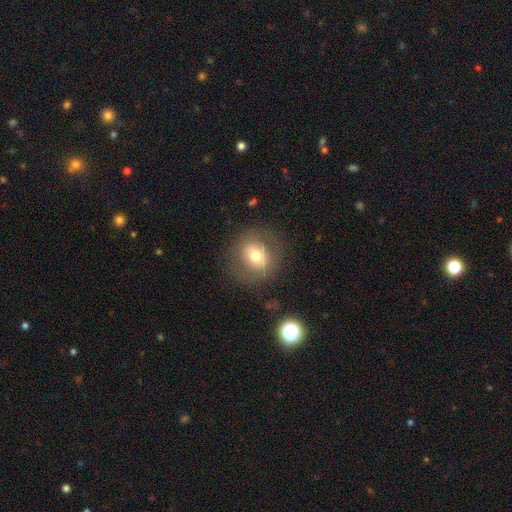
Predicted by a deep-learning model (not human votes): smooth-or-featured: smooth: 62% | featured or disk: 28% | star or artifact: 10%
  how-rounded: round: 78% | in between: 21% | cigar-shaped: 1%
  merging: none: 80% | minor disturbance: 12% | major disturbance: 7% | merger: 2%